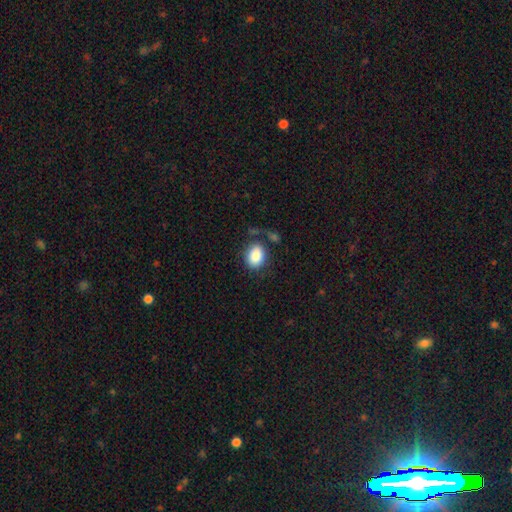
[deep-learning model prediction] Smooth or featured: smooth — 86% (star or artifact — 8%)
How rounded: in between — 62% (round — 37%)
Merging: none — 67% (minor disturbance — 17%)